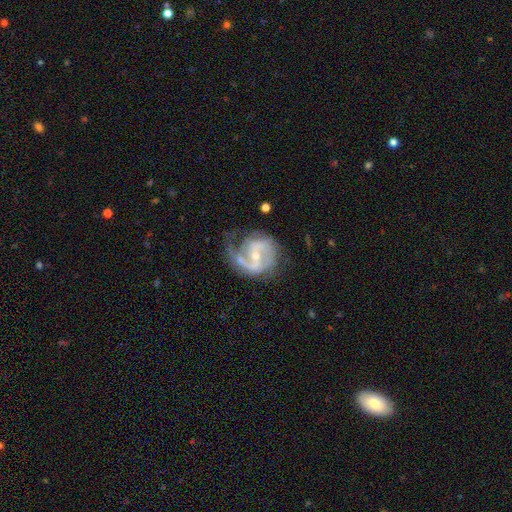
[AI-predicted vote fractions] Overall: featured or disk (88%). Edge-on disk: no (98%). Bar: weak (46%; strong 28%). Spiral arms: yes (96%). Spiral arm count: 2 (75%). Spiral winding: medium (52%; tight 25%). Bulge size: small (62%; moderate 35%). Merging: none (58%; minor disturbance 22%).